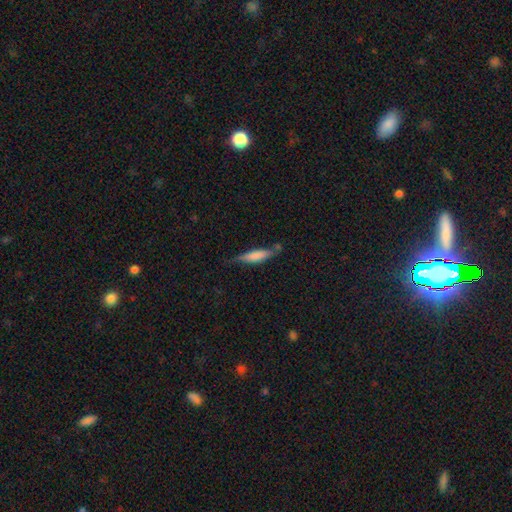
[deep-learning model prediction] Smooth or featured? Predicted: smooth (p=0.69). How rounded? Predicted: cigar-shaped (p=0.78). Merging? Predicted: none (p=0.63).